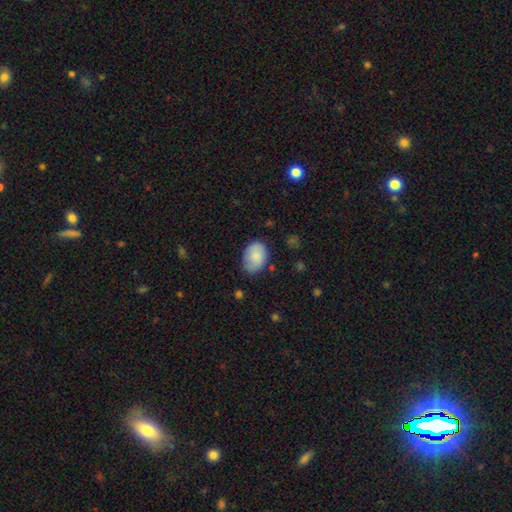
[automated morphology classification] Smooth or featured: smooth — 83% (featured or disk — 11%)
How rounded: in between — 81% (round — 18%)
Merging: none — 74% (minor disturbance — 21%)